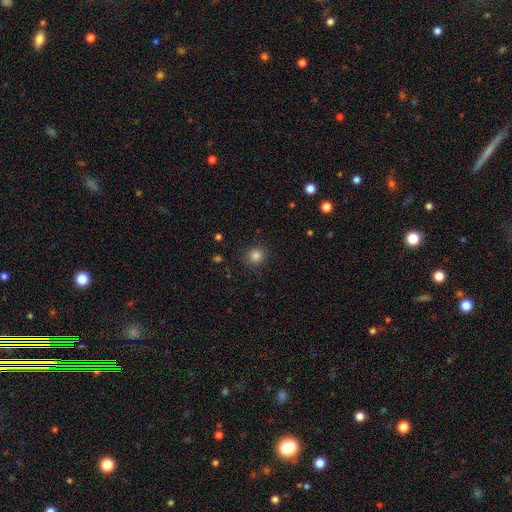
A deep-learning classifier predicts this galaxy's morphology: Q: Smooth or featured?
A: smooth (83%); runner-up: star or artifact (12%)
Q: How rounded?
A: round (90%); runner-up: in between (9%)
Q: Merging?
A: none (88%); runner-up: minor disturbance (8%)